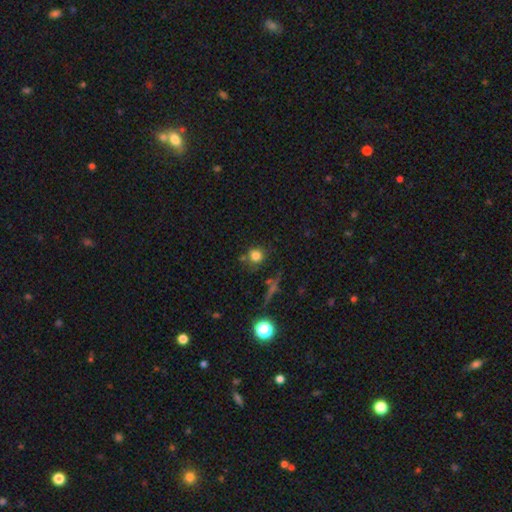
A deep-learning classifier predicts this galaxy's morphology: Overall: smooth (77%). How rounded: round (88%). Merging: none (73%).